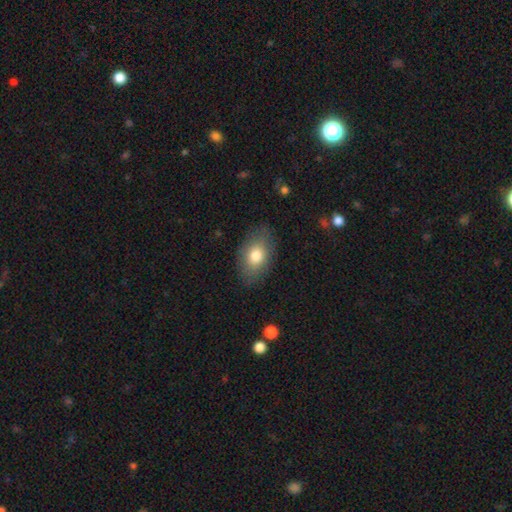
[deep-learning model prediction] The model was most divided on "smooth or featured": smooth: 78%, featured or disk: 15%, star or artifact: 7%. More confident: how rounded — in between (89%); merging — none (83%).